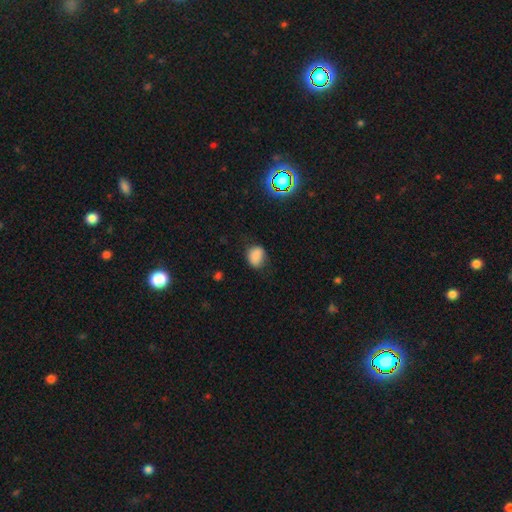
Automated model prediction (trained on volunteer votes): This appears to be a smooth galaxy with no disk features (83%) that is in between round and cigar-shaped (60%). Merging: none (70%).